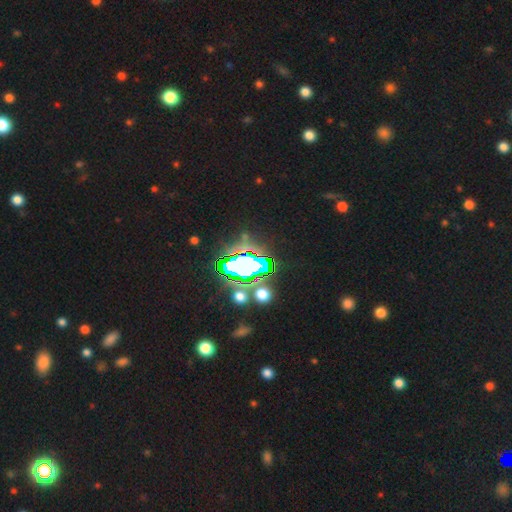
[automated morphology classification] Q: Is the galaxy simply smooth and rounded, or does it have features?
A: star or artifact — 66%.